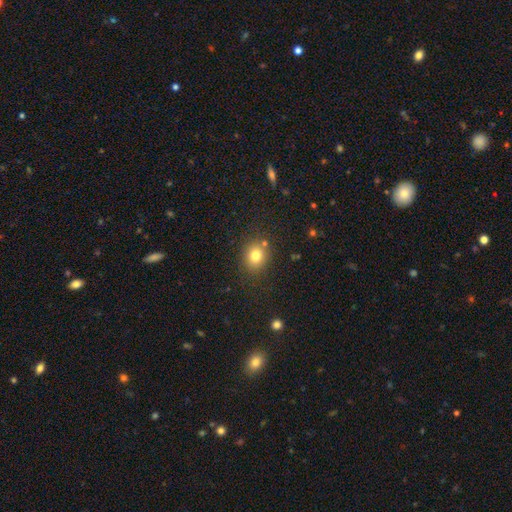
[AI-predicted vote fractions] Overall: smooth (79%). How rounded: round (71%). Merging: none (80%).